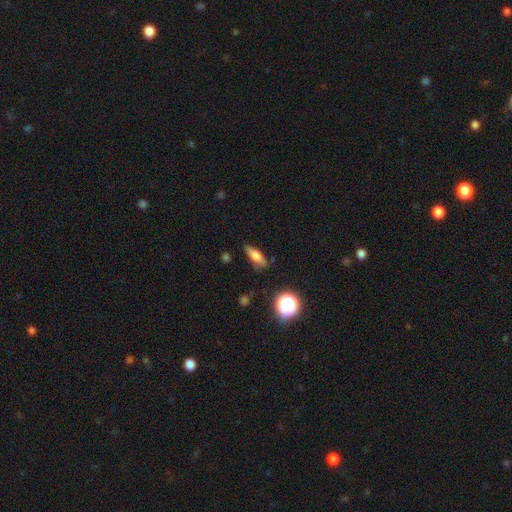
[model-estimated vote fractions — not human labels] This is possibly a smooth galaxy (58%). How rounded: possibly in between (49%). Merging: likely none (78%).